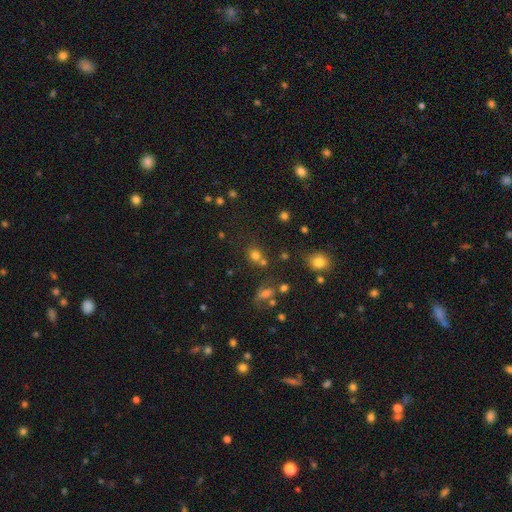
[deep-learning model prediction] Smooth or featured? Predicted: smooth (p=0.68). How rounded? Predicted: round (p=0.78). Merging? Predicted: none (p=0.64).